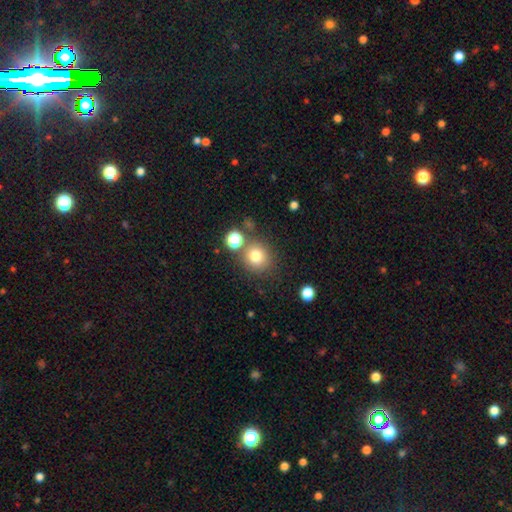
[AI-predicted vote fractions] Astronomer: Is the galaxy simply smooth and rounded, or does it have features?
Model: smooth — 77%.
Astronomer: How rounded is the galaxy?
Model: round — 88%.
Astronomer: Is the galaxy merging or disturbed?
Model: none — 75%.